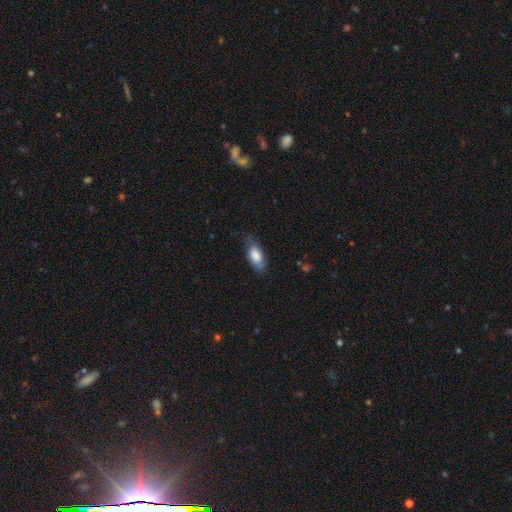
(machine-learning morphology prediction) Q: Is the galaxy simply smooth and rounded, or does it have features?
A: smooth — 76%.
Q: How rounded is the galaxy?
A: in between — 86%.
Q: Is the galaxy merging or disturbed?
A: none — 57%.